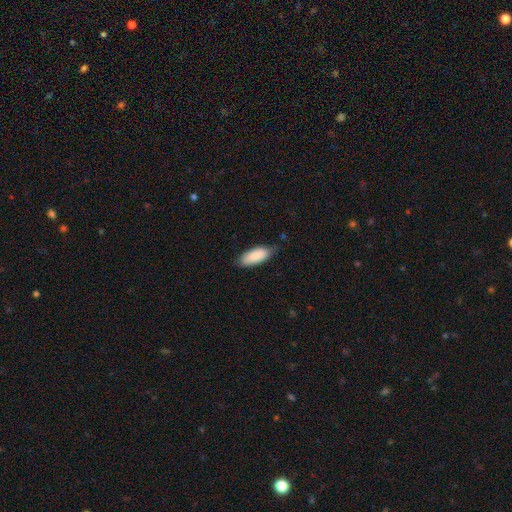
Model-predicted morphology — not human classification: Overall: smooth (89%). How rounded: in between (82%). Merging: none (74%).